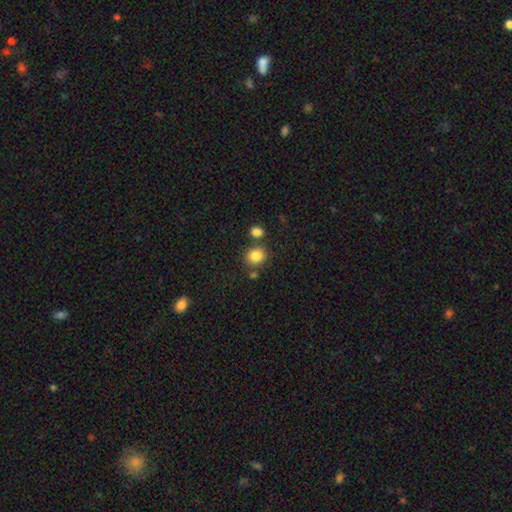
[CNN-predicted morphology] This is clearly a smooth galaxy (84%). How rounded: likely round (74%). Merging: likely none (70%).